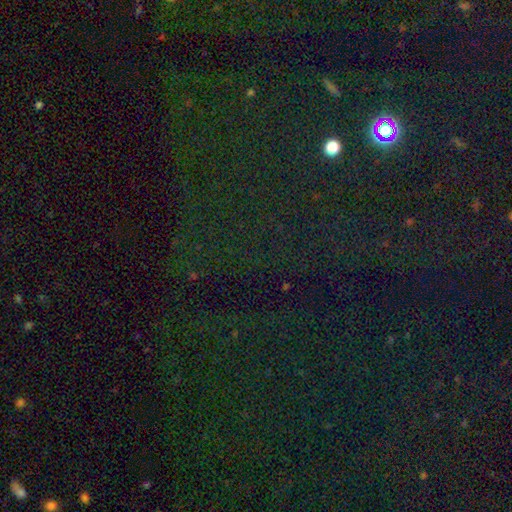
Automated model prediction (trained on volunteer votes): This is likely a star or artifact rather than a galaxy (80%).